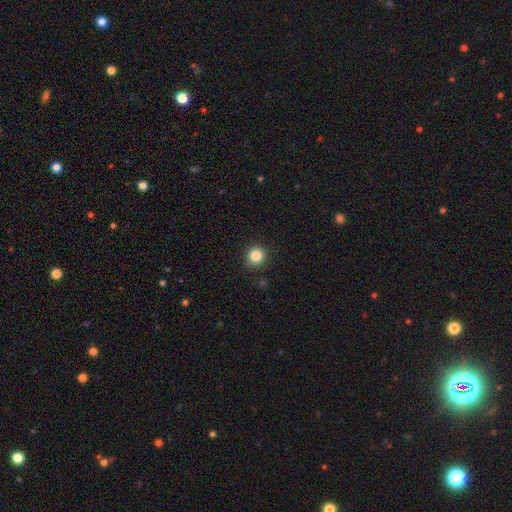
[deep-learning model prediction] Q: Smooth or featured?
A: smooth (84%); runner-up: star or artifact (12%)
Q: How rounded?
A: round (94%); runner-up: in between (5%)
Q: Merging?
A: none (89%); runner-up: minor disturbance (7%)